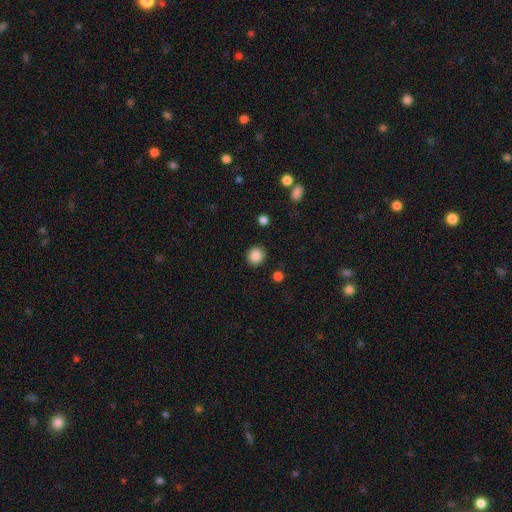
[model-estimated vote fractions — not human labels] Overall: smooth (87%). How rounded: round (87%). Merging: none (90%).